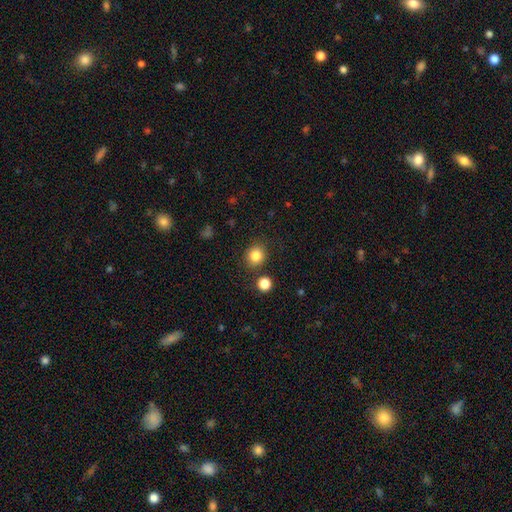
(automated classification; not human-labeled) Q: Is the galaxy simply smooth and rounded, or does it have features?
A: smooth — 84%.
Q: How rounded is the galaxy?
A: round — 78%.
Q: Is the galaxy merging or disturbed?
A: none — 84%.